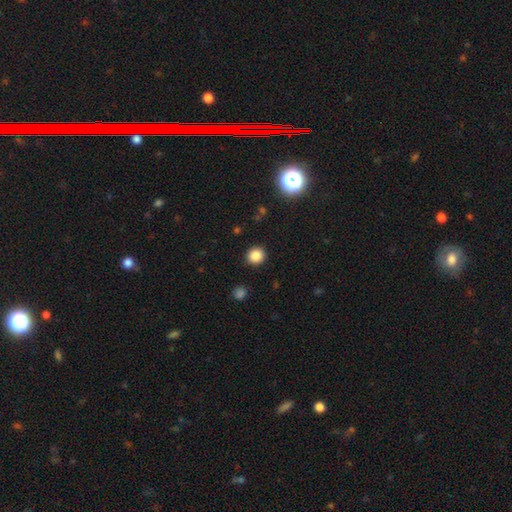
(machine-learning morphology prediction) Smooth or featured? smooth (84%)
How rounded? round (90%)
Merging? none (91%)